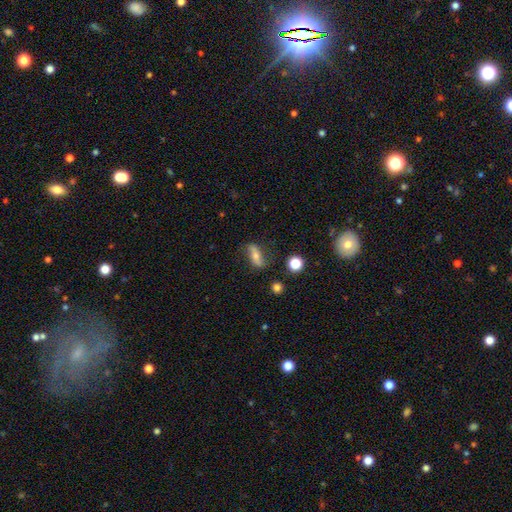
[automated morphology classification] Overall: featured or disk (49%; smooth 40%). Merging: none (76%).